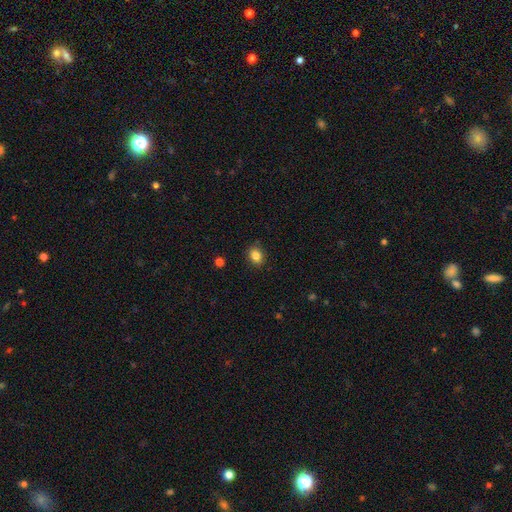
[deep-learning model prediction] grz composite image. It shows a smooth galaxy with no disk features (84%) that is in between round and cigar-shaped (55%). Merging: none (87%).